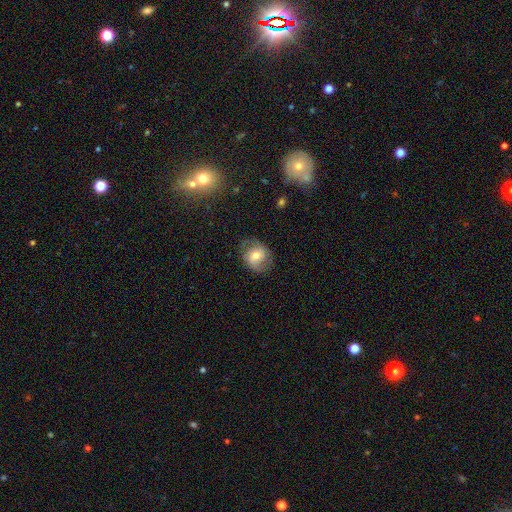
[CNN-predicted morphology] The model was most divided on "bar": no: 43%, weak: 40%, strong: 17%. More confident: edge-on disk — no (96%); spiral arms — yes (80%); merging — none (73%); bulge size — moderate (66%); smooth or featured — featured or disk (55%).